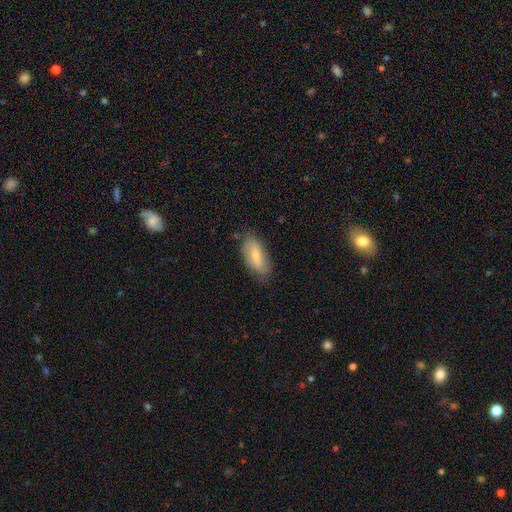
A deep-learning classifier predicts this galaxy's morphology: smooth-or-featured: smooth: 53% | featured or disk: 41% | star or artifact: 6%
  how-rounded: in between: 88% | cigar-shaped: 9% | round: 3%
  merging: none: 73% | minor disturbance: 20% | major disturbance: 5% | merger: 2%